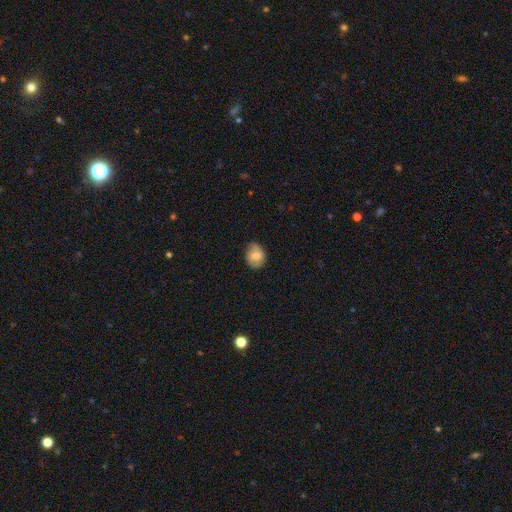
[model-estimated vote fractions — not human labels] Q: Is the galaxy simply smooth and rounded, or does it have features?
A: smooth — 62%.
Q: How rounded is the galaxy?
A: in between — 52%.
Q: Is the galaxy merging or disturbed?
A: none — 73%.